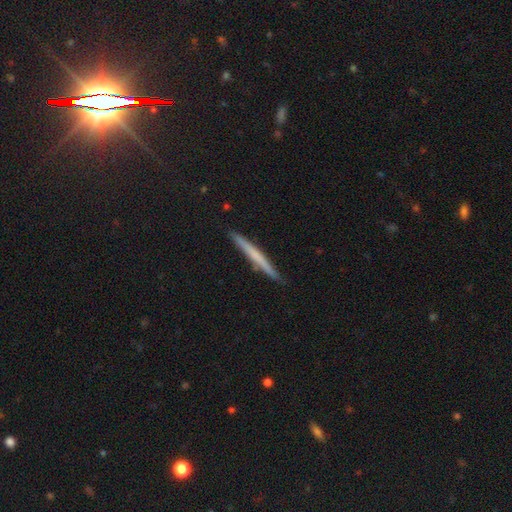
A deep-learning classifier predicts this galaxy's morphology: A smooth galaxy with no disk features (51%) that is cigar-shaped (97%). Merging: none (91%).